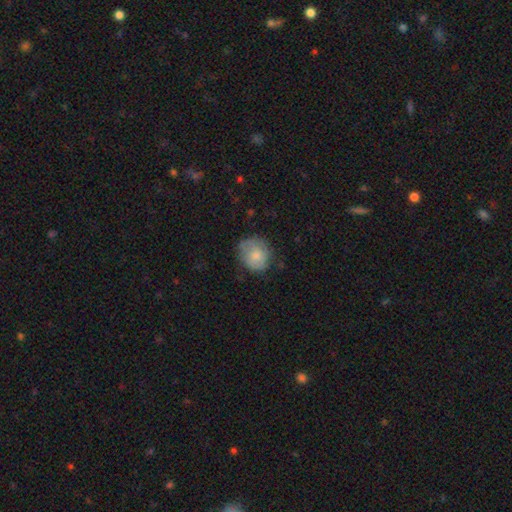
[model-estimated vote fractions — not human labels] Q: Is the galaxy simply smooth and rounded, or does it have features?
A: smooth — 69%.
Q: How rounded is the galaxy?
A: round — 75%.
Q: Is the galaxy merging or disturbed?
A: none — 65%.